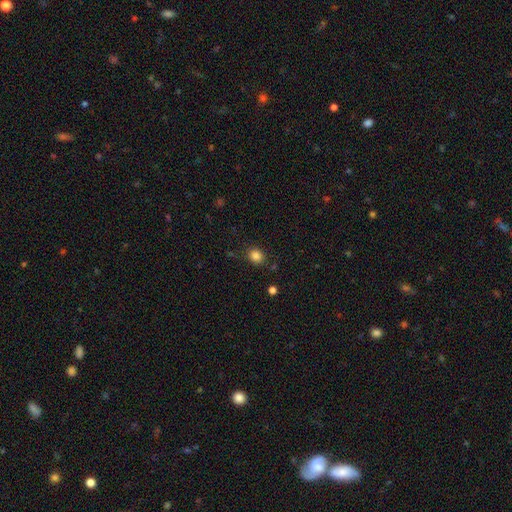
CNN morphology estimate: Q: Smooth or featured?
A: smooth (84%); runner-up: star or artifact (12%)
Q: How rounded?
A: round (70%); runner-up: in between (29%)
Q: Merging?
A: none (84%); runner-up: minor disturbance (11%)